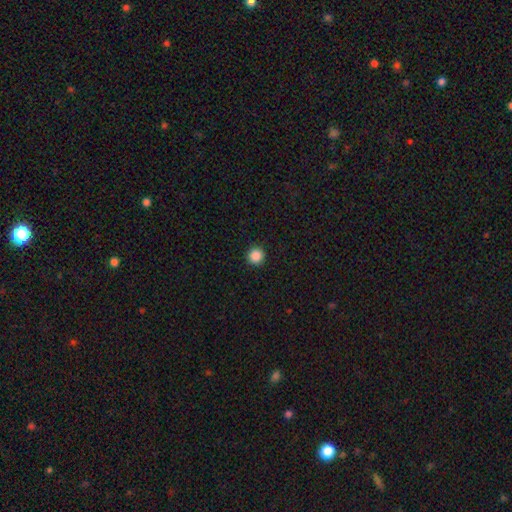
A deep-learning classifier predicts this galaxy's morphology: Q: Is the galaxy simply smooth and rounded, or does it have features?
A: smooth — 88%.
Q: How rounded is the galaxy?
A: round — 96%.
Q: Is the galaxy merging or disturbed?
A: none — 93%.